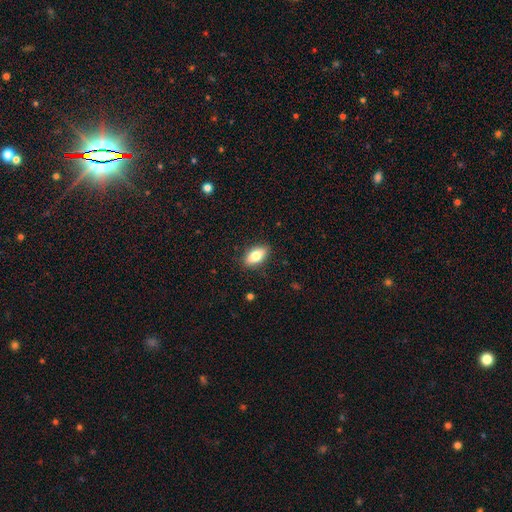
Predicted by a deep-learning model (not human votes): A smooth galaxy with no disk features (77%) that is in between round and cigar-shaped (89%).

Vote fractions:
- Smooth or featured? smooth: 77% / featured or disk: 16% / star or artifact: 7%
- How rounded? in between: 89% / cigar-shaped: 7% / round: 5%
- Merging? none: 87% / minor disturbance: 10% / major disturbance: 2% / merger: 1%